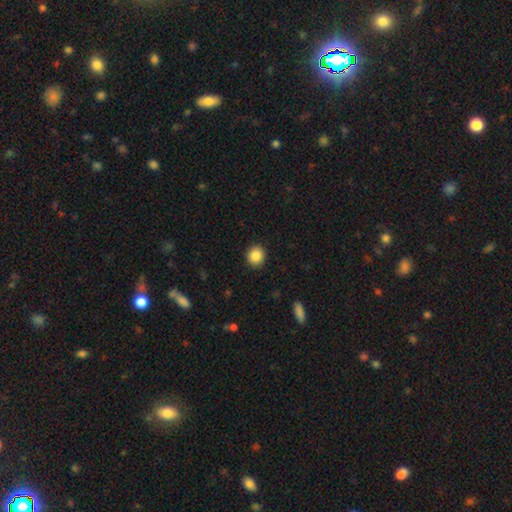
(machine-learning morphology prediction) Smooth or featured? smooth (87%)
How rounded? round (86%)
Merging? none (92%)